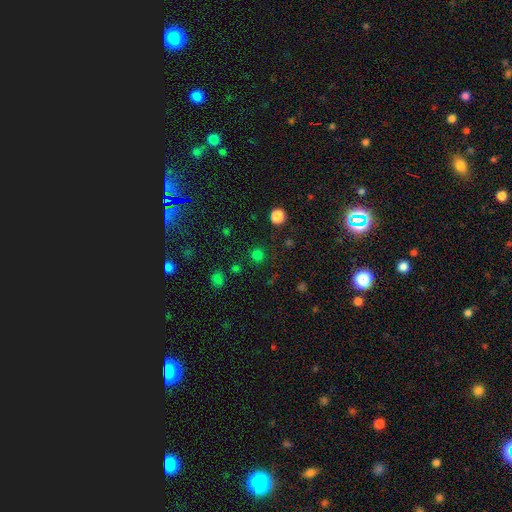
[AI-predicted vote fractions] This is likely a smooth galaxy (72%). How rounded: clearly round (93%). Merging: clearly none (87%).